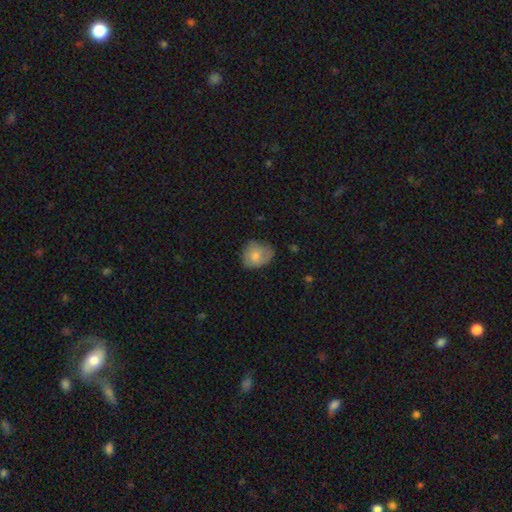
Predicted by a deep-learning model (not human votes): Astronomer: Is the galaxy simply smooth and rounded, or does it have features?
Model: smooth — 71%.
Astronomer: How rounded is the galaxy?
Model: round — 59% (runner-up: in between, 40%).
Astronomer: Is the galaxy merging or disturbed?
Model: none — 57% (runner-up: minor disturbance, 32%).